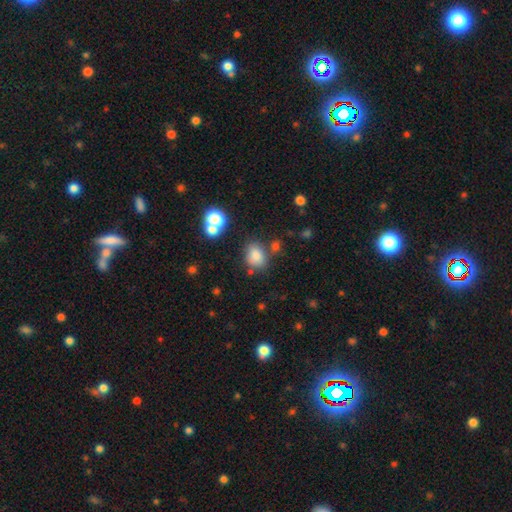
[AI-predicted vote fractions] Q: Smooth or featured?
A: smooth (80%); runner-up: star or artifact (12%)
Q: How rounded?
A: in between (62%); runner-up: round (37%)
Q: Merging?
A: none (68%); runner-up: minor disturbance (16%)